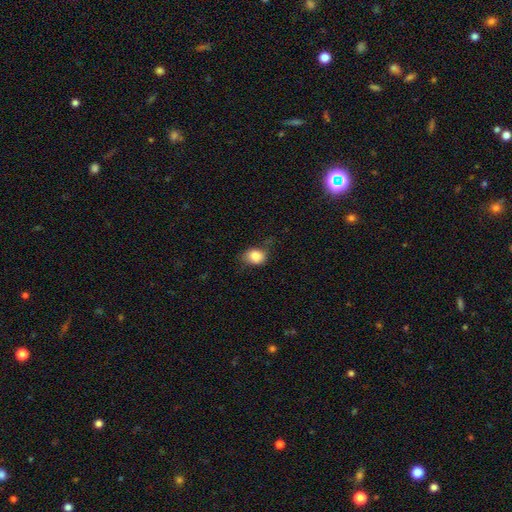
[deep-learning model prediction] Smooth or featured? Predicted: smooth (p=0.83). How rounded? Predicted: in between (p=0.59). Merging? Predicted: none (p=0.62).